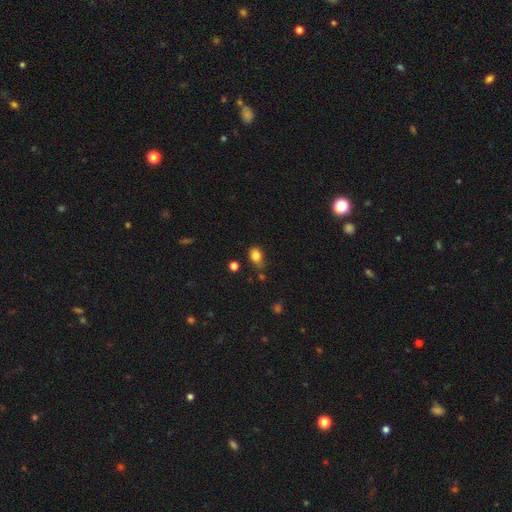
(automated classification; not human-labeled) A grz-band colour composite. It shows a smooth galaxy with no disk features (83%) that is in between round and cigar-shaped (62%). Merging: none (64%).